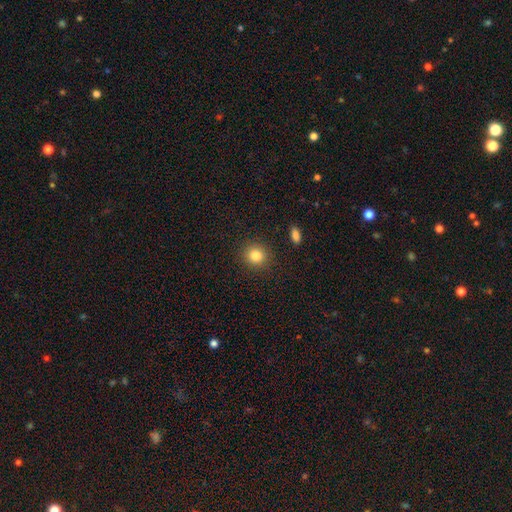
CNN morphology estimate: type=smooth (83%); roundness=round (89%); merging=none (90%).